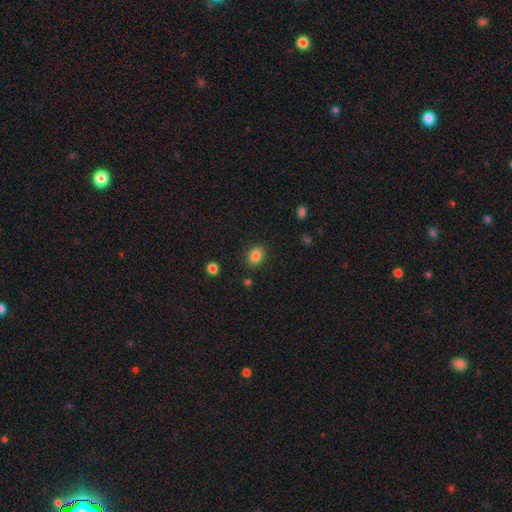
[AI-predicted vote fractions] smooth 84%, star or artifact 10%, featured or disk 6%. Down the decision tree: how rounded — in between (63%); merging — none (85%).